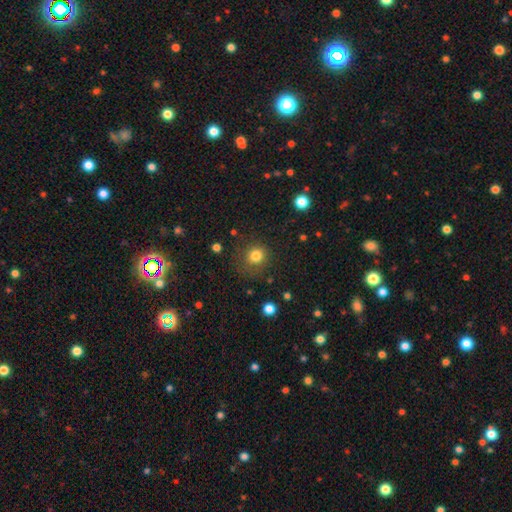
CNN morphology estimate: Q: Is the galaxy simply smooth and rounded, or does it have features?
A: smooth — 81%.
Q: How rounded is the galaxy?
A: round — 88%.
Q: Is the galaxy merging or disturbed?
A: none — 77%.